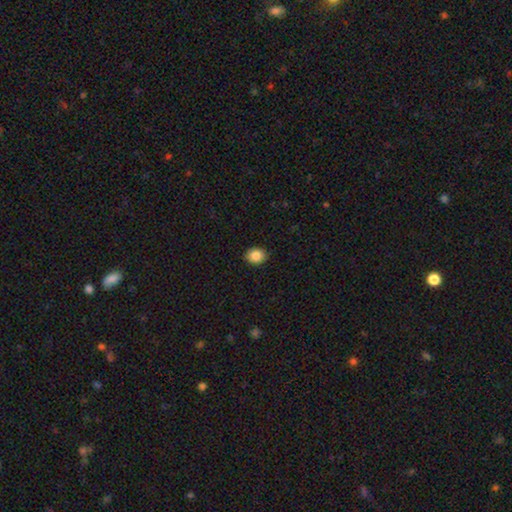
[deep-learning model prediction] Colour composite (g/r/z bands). It shows a smooth galaxy with no disk features (86%) that is round (63%). Merging: none (91%).